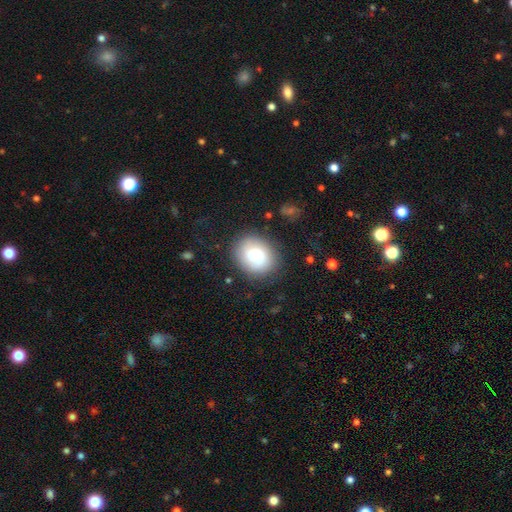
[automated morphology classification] type=smooth (79%); roundness=round (54%); merging=none (76%).